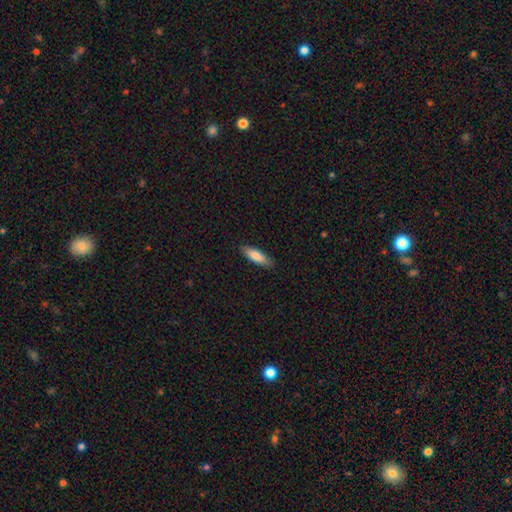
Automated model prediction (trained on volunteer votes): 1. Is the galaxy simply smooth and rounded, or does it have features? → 82% smooth, 13% featured or disk, 5% star or artifact.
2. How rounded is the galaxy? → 52% cigar-shaped, 47% in between, 2% round.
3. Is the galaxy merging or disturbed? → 87% none, 10% minor disturbance, 2% major disturbance, 1% merger.